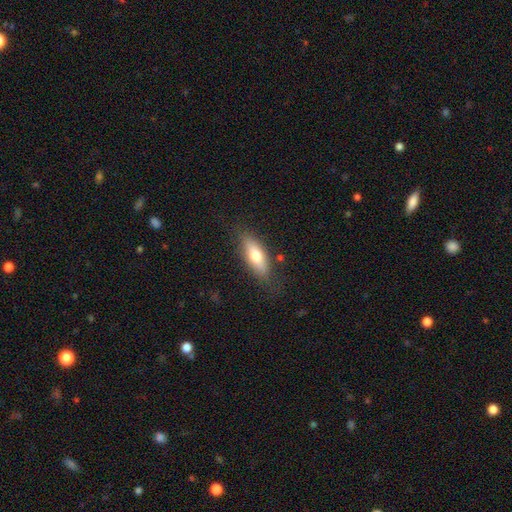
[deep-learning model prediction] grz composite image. It shows a smooth galaxy with no disk features (68%) that is in between round and cigar-shaped (65%). Merging: none (79%).